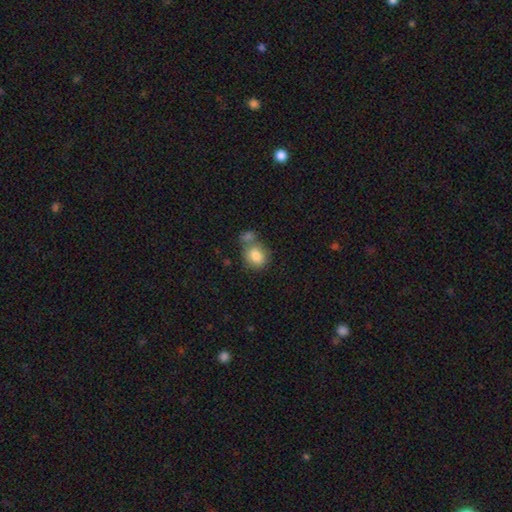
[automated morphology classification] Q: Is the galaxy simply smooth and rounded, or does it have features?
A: smooth — 84%.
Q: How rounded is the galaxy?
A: in between — 50%.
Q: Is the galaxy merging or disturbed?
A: none — 46%.